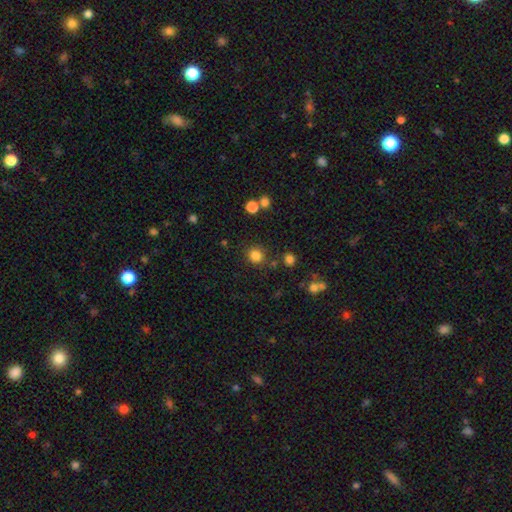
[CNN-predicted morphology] type=smooth (83%); roundness=round (85%); merging=none (83%).